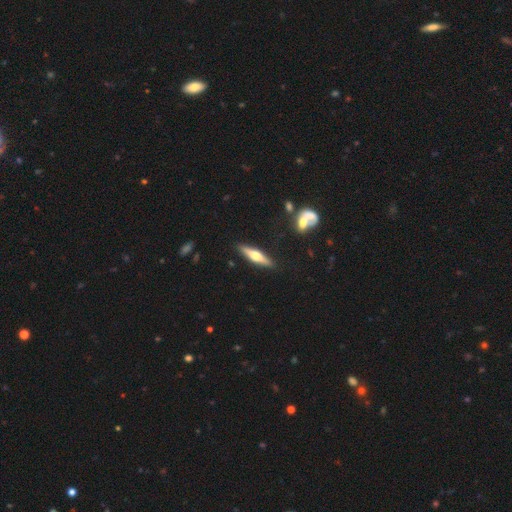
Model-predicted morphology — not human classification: featured or disk 60%, smooth 34%, star or artifact 6%. Down the decision tree: edge-on disk — yes (95%); edge-on bulge — rounded (93%); merging — none (88%).